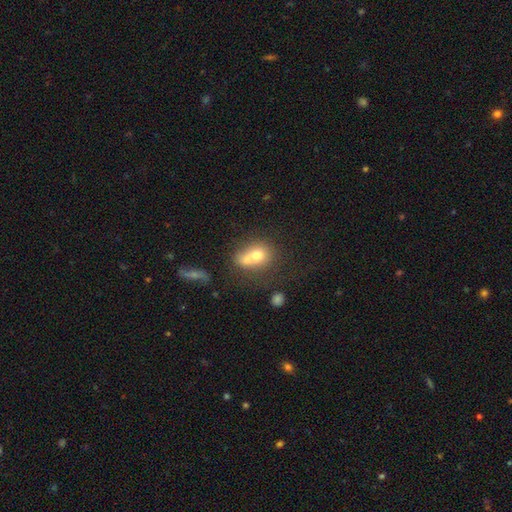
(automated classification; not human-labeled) Smooth or featured?
  - smooth: 65% *
  - featured or disk: 23%
  - star or artifact: 11%
How rounded?
  - round: 60% *
  - in between: 39%
  - cigar-shaped: 1%
Merging?
  - merger: 59% *
  - none: 26%
  - minor disturbance: 9%
  - major disturbance: 6%